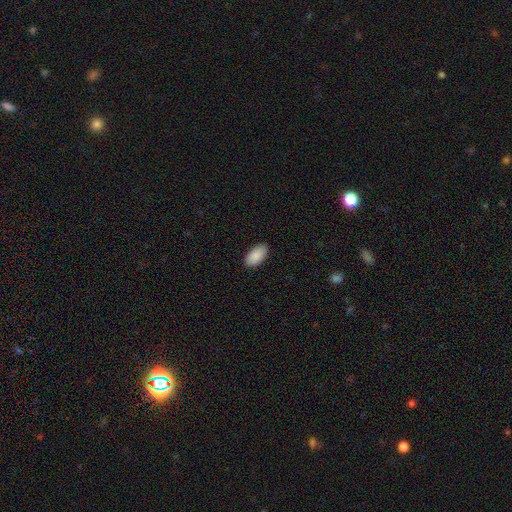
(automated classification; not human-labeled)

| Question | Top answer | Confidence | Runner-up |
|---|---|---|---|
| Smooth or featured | smooth | 91% | star or artifact (6%) |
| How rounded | in between | 95% | cigar-shaped (3%) |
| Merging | none | 88% | minor disturbance (9%) |